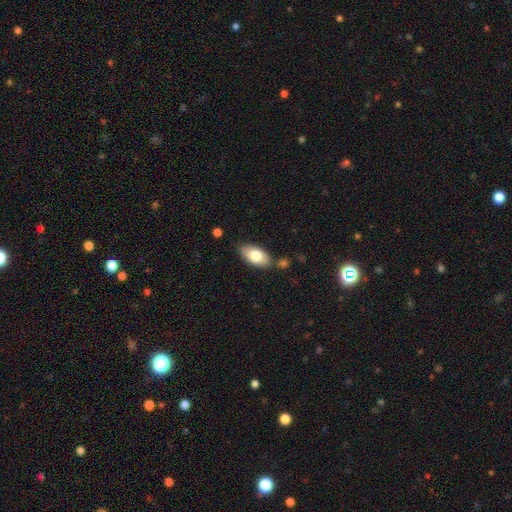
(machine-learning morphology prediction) type=smooth (76%); roundness=in between (93%); merging=none (78%).